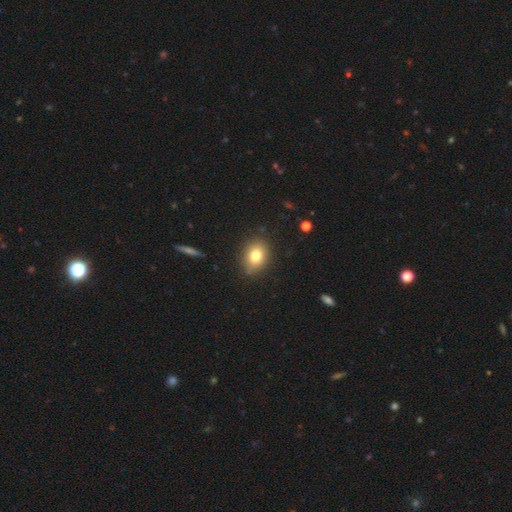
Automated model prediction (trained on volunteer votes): A smooth galaxy with no disk features (78%) that is in between round and cigar-shaped (54%).

Vote fractions:
- Smooth or featured? smooth: 78% / star or artifact: 11% / featured or disk: 11%
- How rounded? in between: 54% / round: 45% / cigar-shaped: 1%
- Merging? none: 84% / minor disturbance: 12% / major disturbance: 3% / merger: 2%